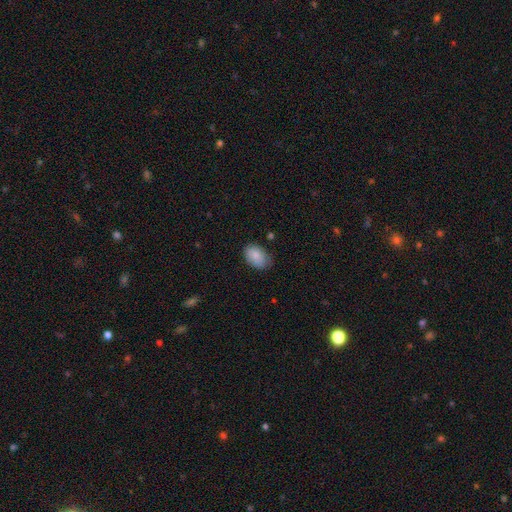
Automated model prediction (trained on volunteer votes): This is clearly a smooth galaxy (83%). How rounded: clearly in between (84%). Merging: likely none (70%).